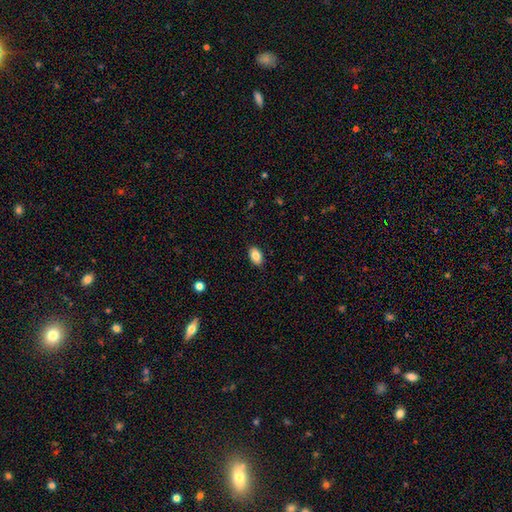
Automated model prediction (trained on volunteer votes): smooth-or-featured: smooth: 85% | star or artifact: 8% | featured or disk: 7%
  how-rounded: in between: 88% | round: 10% | cigar-shaped: 1%
  merging: none: 87% | minor disturbance: 10% | major disturbance: 2% | merger: 1%